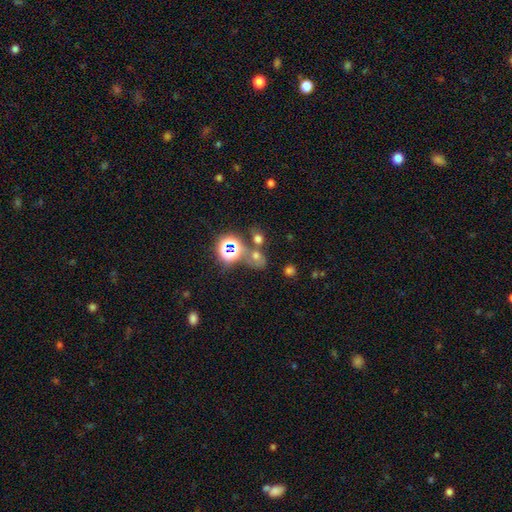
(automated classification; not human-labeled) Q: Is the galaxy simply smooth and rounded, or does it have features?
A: smooth — 49%.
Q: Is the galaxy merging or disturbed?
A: none — 51%.